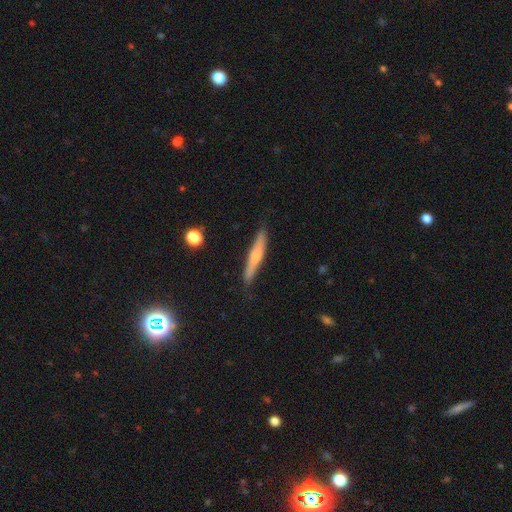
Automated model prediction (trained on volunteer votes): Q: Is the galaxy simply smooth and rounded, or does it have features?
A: smooth — 53%.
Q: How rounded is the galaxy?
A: cigar-shaped — 92%.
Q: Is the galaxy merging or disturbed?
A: none — 83%.